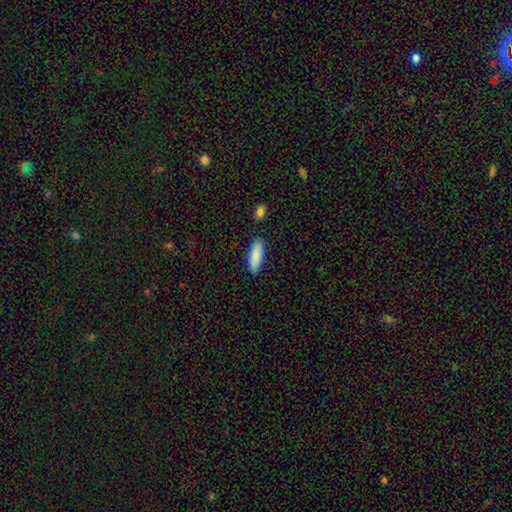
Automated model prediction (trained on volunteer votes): This appears to be a smooth galaxy with no disk features (89%) that is in between round and cigar-shaped (56%). Merging: none (87%).